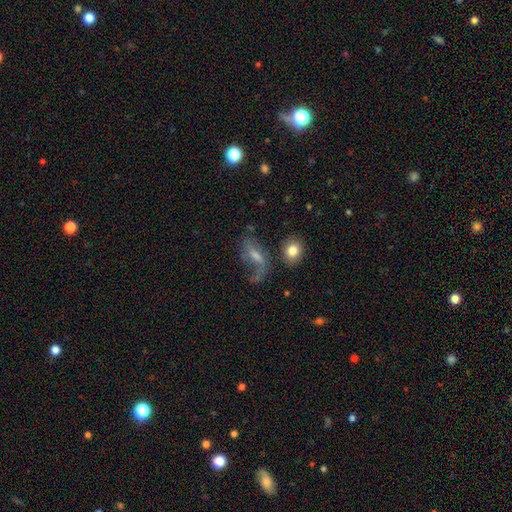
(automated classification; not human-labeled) Smooth or featured? featured or disk (57%)
Edge-on disk? no (90%)
Bar? weak (43%)
Spiral arms? yes (74%)
Bulge size? small (41%)
Merging? none (40%)